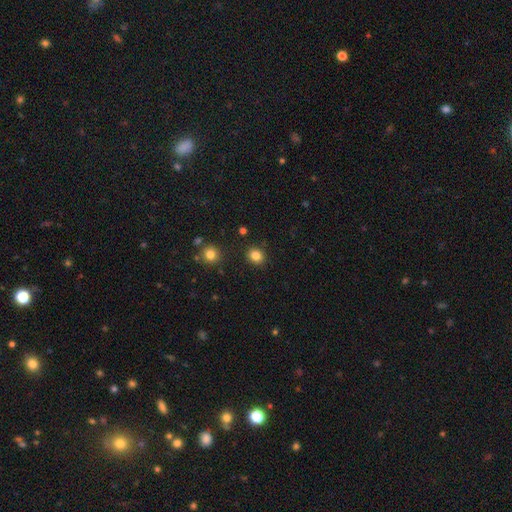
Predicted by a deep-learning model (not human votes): smooth 84%, star or artifact 12%, featured or disk 5%. Down the decision tree: how rounded — round (72%); merging — none (89%).